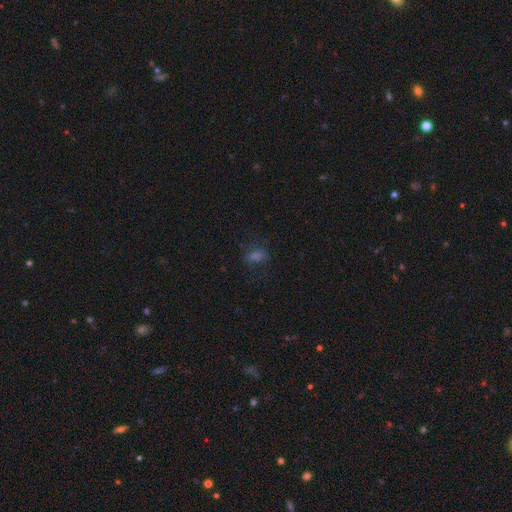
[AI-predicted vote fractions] Overall: smooth (57%; star or artifact 30%). How rounded: in between (64%; round 32%). Merging: none (73%).